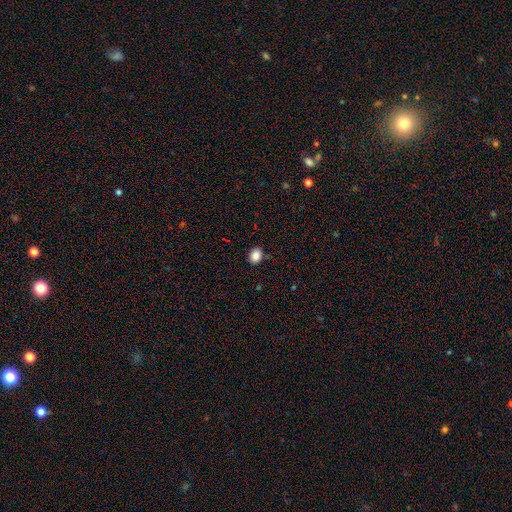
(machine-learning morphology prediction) A smooth galaxy with no disk features (87%) that is in between round and cigar-shaped (61%). Merging: none (86%).